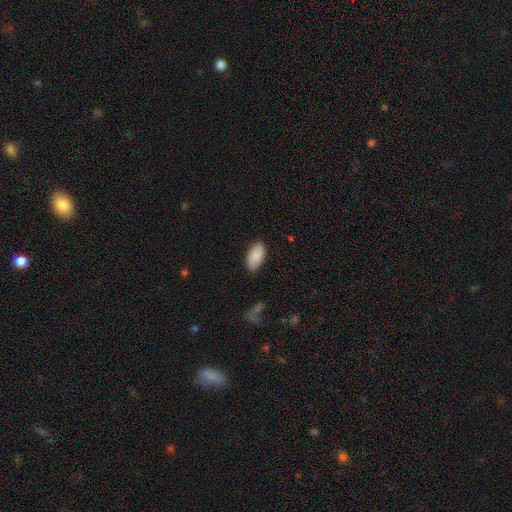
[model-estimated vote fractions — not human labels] Smooth or featured: smooth — 87% (featured or disk — 7%)
How rounded: in between — 94% (cigar-shaped — 4%)
Merging: none — 85% (minor disturbance — 11%)